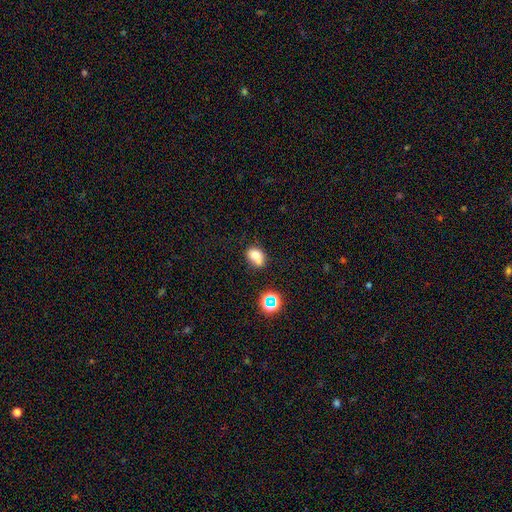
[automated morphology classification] Q: Smooth or featured?
A: smooth (72%); runner-up: featured or disk (14%)
Q: How rounded?
A: in between (56%); runner-up: round (43%)
Q: Merging?
A: none (41%); runner-up: merger (34%)